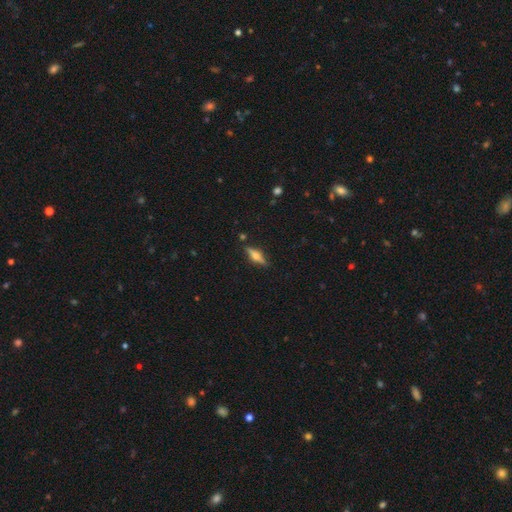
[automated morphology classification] A featured or disk galaxy (56%) viewed edge-on (95%) with a rounded central bulge (88%).

Vote fractions:
- Smooth or featured? featured or disk: 56% / smooth: 37% / star or artifact: 8%
- Edge-on disk? yes: 95% / no: 5%
- Edge-on bulge? rounded: 88% / boxy: 9% / none: 3%
- Merging? none: 85% / minor disturbance: 11% / major disturbance: 2% / merger: 2%